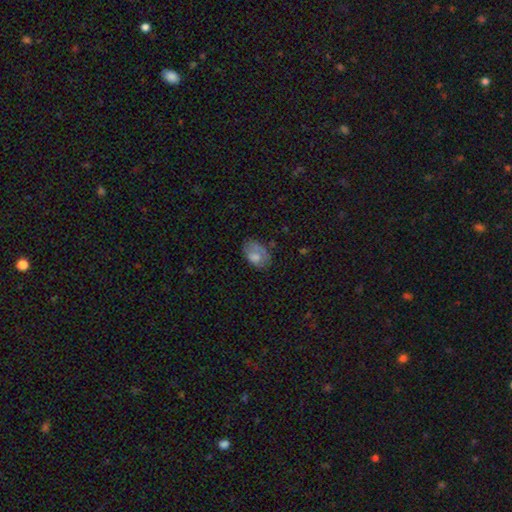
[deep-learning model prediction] Smooth or featured? Predicted: smooth (p=0.68). How rounded? Predicted: in between (p=0.83). Merging? Predicted: none (p=0.50).